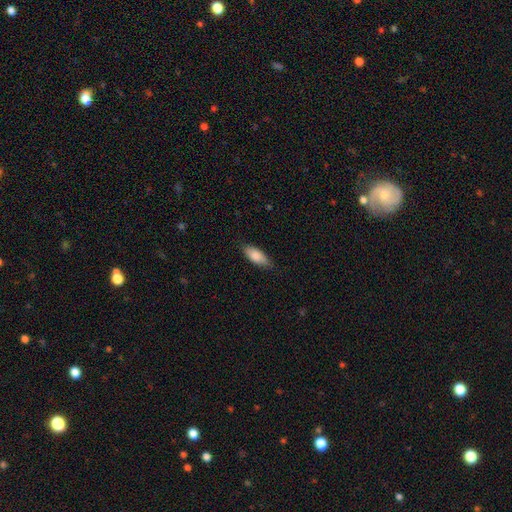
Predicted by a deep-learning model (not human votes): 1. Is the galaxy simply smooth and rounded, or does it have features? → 85% smooth, 9% featured or disk, 6% star or artifact.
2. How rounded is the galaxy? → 79% in between, 19% cigar-shaped, 2% round.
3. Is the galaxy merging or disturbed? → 82% none, 14% minor disturbance, 2% major disturbance, 1% merger.